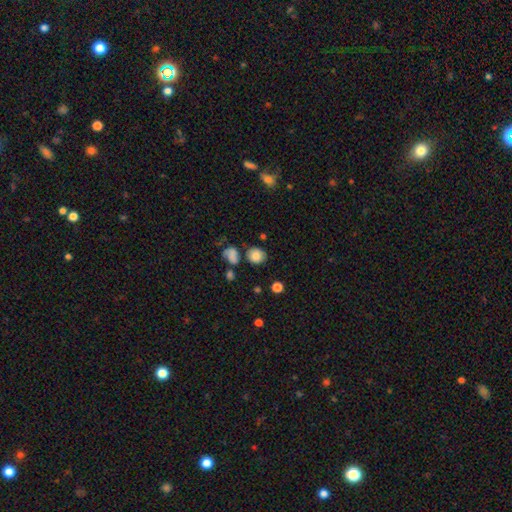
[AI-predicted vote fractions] Overall: smooth (81%). How rounded: round (79%). Merging: none (69%).